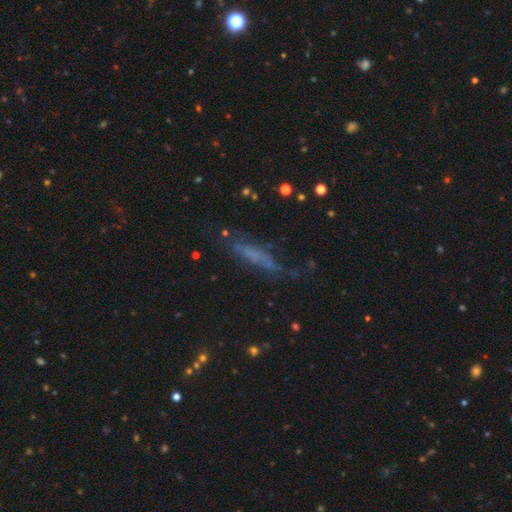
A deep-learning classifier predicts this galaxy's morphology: smooth 49%, featured or disk 34%, star or artifact 16%. Down the decision tree: merging — none (58%).